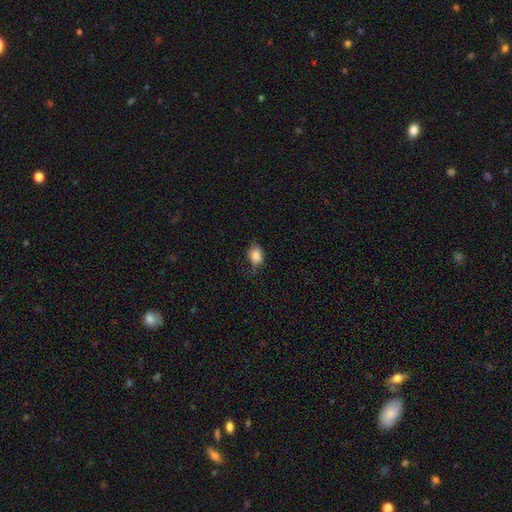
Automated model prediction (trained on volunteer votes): smooth 83%, star or artifact 9%, featured or disk 8%. Down the decision tree: how rounded — in between (63%); merging — none (57%).